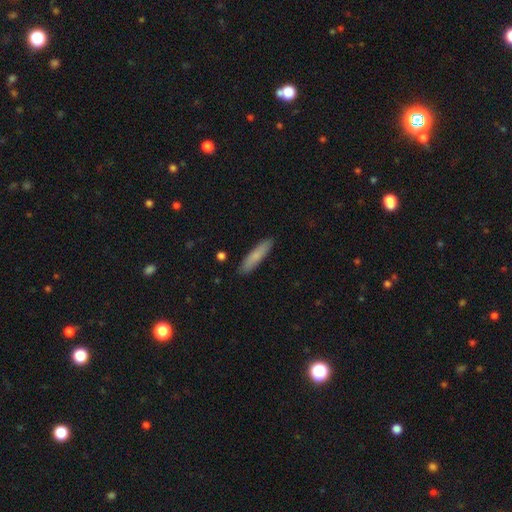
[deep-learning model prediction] Q: Smooth or featured?
A: smooth (79%); runner-up: featured or disk (15%)
Q: How rounded?
A: cigar-shaped (82%); runner-up: in between (17%)
Q: Merging?
A: none (89%); runner-up: minor disturbance (8%)